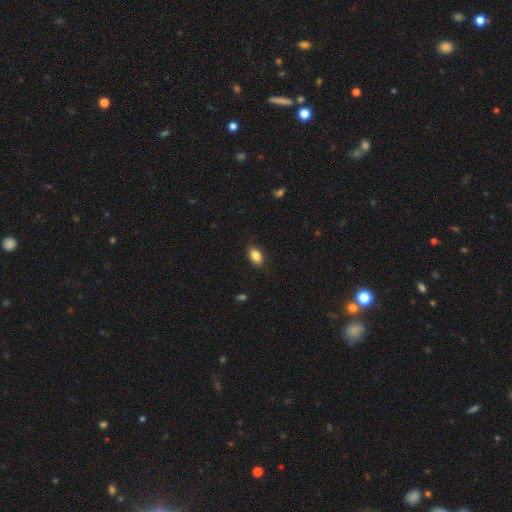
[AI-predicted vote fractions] smooth 85%, star or artifact 8%, featured or disk 7%. Down the decision tree: how rounded — in between (89%); merging — none (86%).